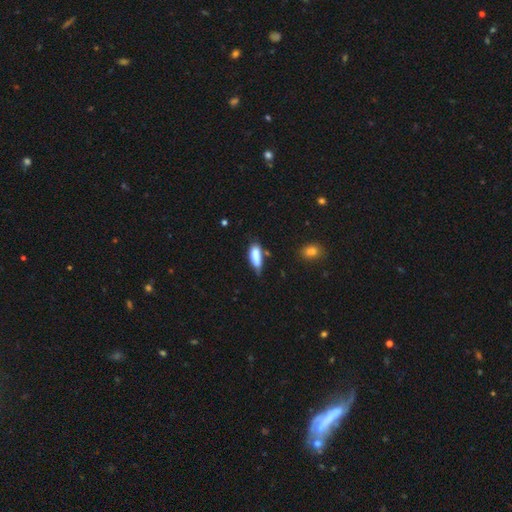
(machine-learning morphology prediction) The model was most divided on "merging": none: 47%, minor disturbance: 37%, major disturbance: 9%, merger: 7%. More confident: smooth or featured — smooth (82%); how rounded — in between (67%).